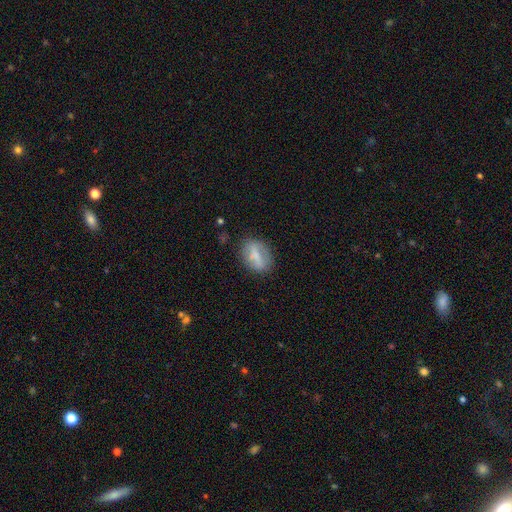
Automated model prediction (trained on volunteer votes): Smooth or featured?
  - smooth: 57% *
  - featured or disk: 35%
  - star or artifact: 8%
How rounded?
  - in between: 73% *
  - round: 22%
  - cigar-shaped: 5%
Merging?
  - none: 75% *
  - minor disturbance: 17%
  - major disturbance: 6%
  - merger: 2%